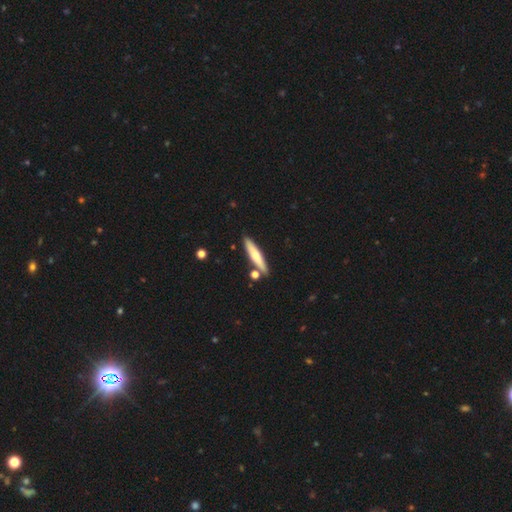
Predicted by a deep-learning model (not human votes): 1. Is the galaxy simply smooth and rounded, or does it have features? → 54% smooth, 40% featured or disk, 6% star or artifact.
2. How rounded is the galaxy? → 88% cigar-shaped, 11% in between, 2% round.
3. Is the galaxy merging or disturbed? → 81% none, 9% minor disturbance, 7% merger, 2% major disturbance.